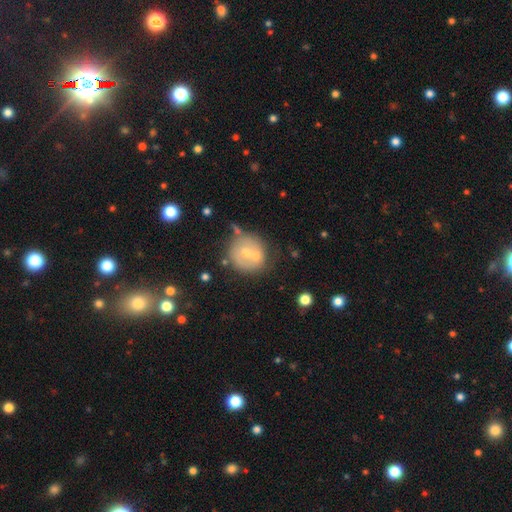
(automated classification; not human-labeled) This is possibly a smooth galaxy (53%). How rounded: clearly round (90%). Merging: possibly none (46%).